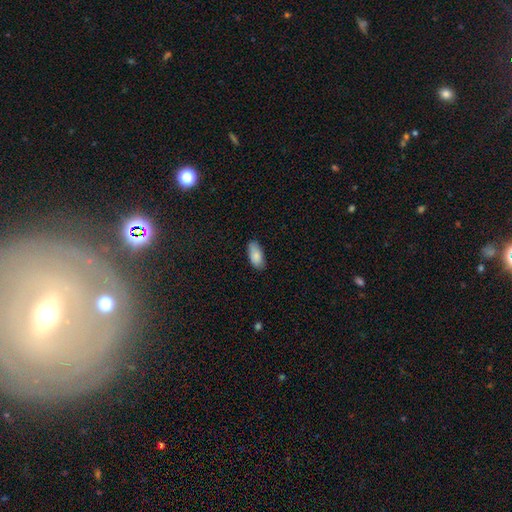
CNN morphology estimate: Smooth or featured? Predicted: smooth (p=0.87). How rounded? Predicted: in between (p=0.90). Merging? Predicted: none (p=0.81).